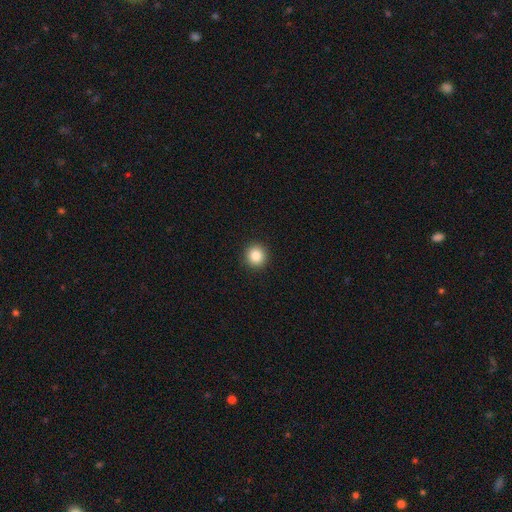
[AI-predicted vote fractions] This appears to be a smooth galaxy with no disk features (85%) that is round (94%). Merging: none (93%).